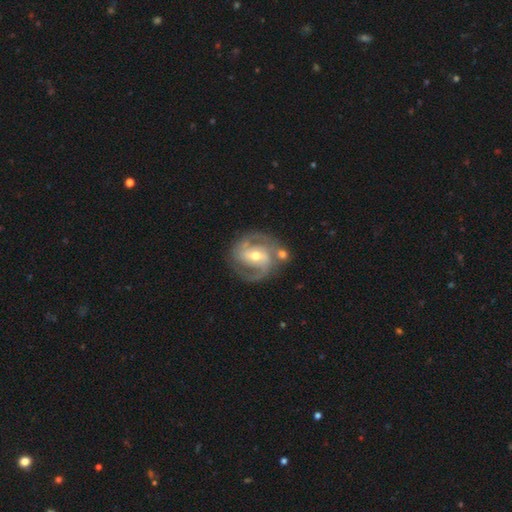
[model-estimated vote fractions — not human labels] smooth_or_featured: featured or disk (p=0.87) [alt: smooth p=0.07]
disk_edge_on: no (p=0.97) [alt: yes p=0.03]
bar: weak (p=0.44) [alt: strong p=0.32]
has_spiral_arms: yes (p=0.96) [alt: no p=0.04]
spiral_winding: medium (p=0.49) [alt: tight p=0.41]
spiral_arm_count: 2 (p=0.80) [alt: 3 p=0.09]
bulge_size: moderate (p=0.60) [alt: small p=0.35]
merging: none (p=0.70) [alt: minor disturbance p=0.14]